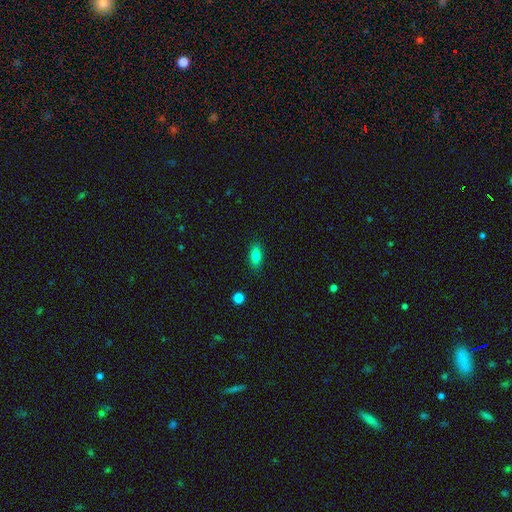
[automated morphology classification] smooth 79%, featured or disk 12%, star or artifact 9%. Down the decision tree: how rounded — in between (77%); merging — none (86%).